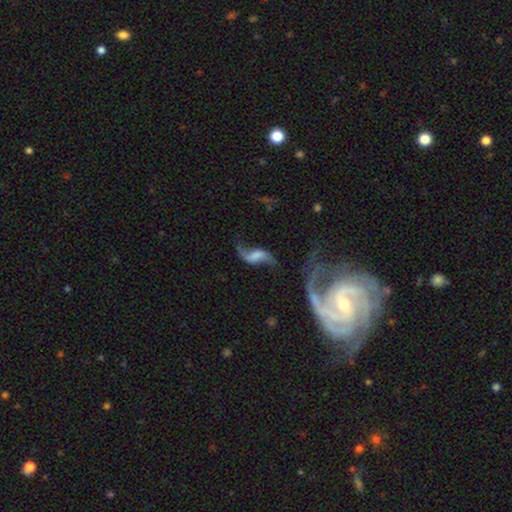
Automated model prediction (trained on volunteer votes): Smooth or featured? featured or disk (81%)
Edge-on disk? no (95%)
Bar? weak (46%)
Spiral arms? yes (94%)
Spiral winding? loose (90%)
Spiral arm count? 2 (91%)
Bulge size? none (49%)
Merging? none (60%)